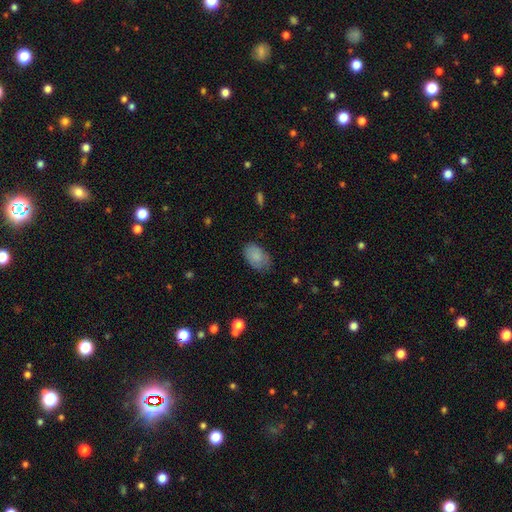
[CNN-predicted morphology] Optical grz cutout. It shows a smooth galaxy with no disk features (83%) that is in between round and cigar-shaped (90%). Merging: none (74%).